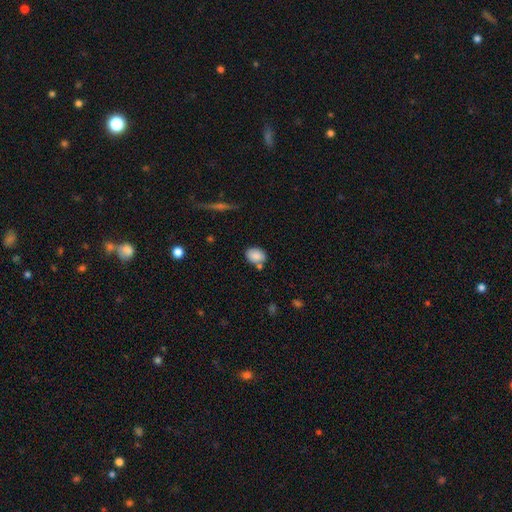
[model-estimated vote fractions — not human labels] smooth-or-featured: smooth: 83% | featured or disk: 9% | star or artifact: 8%
  how-rounded: in between: 66% | round: 33% | cigar-shaped: 1%
  merging: none: 66% | minor disturbance: 16% | merger: 14% | major disturbance: 4%